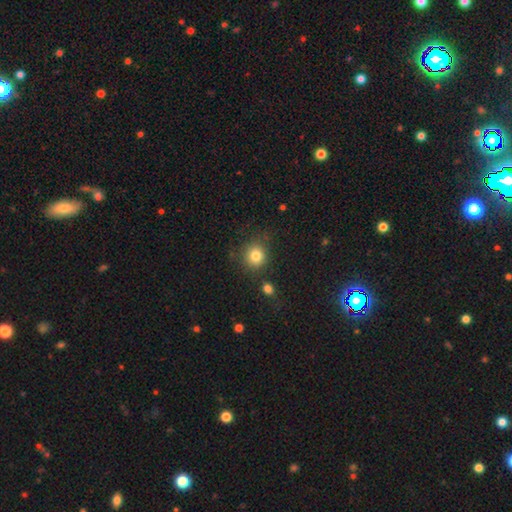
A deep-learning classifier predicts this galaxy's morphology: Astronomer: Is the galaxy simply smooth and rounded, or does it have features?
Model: smooth — 82%.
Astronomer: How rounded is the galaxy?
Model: round — 89%.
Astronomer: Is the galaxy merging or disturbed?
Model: none — 82%.